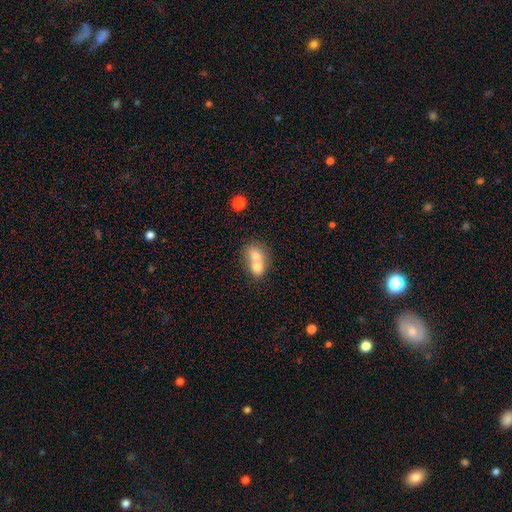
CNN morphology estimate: Smooth or featured: smooth — 68% (featured or disk — 23%)
How rounded: round — 54% (in between — 45%)
Merging: merger — 73% (none — 19%)